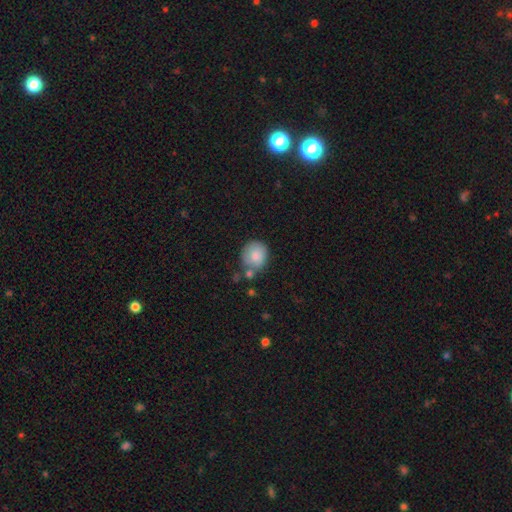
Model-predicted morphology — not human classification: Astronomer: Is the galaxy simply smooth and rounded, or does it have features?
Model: smooth — 83%.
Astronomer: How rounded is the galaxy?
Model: round — 84%.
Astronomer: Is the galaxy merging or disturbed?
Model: none — 61%.